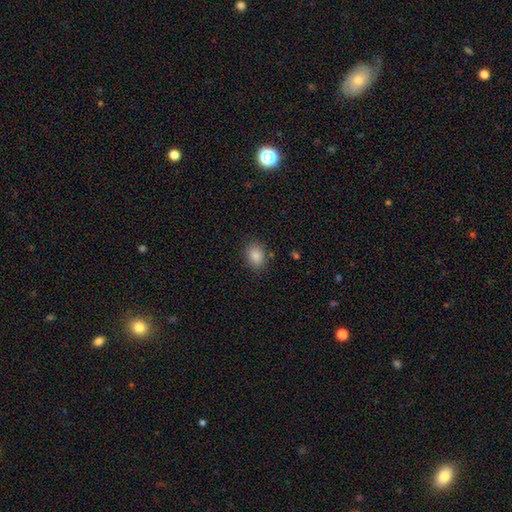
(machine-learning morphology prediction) Smooth or featured?
  - smooth: 86% *
  - star or artifact: 9%
  - featured or disk: 5%
How rounded?
  - in between: 62% *
  - round: 37%
  - cigar-shaped: 1%
Merging?
  - none: 84% *
  - minor disturbance: 11%
  - major disturbance: 3%
  - merger: 2%